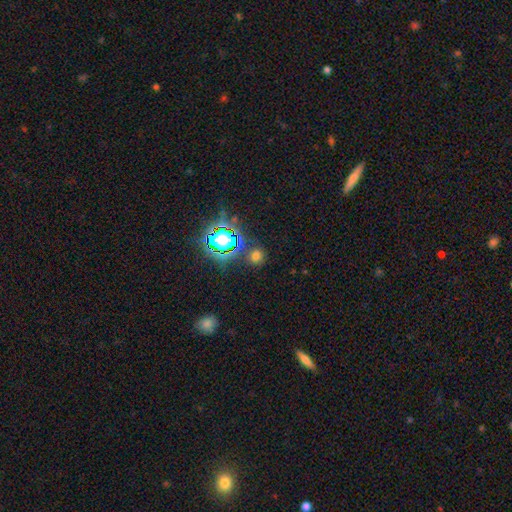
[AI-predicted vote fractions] Smooth or featured: smooth — 60% (star or artifact — 33%)
How rounded: round — 87% (in between — 11%)
Merging: none — 82% (minor disturbance — 9%)